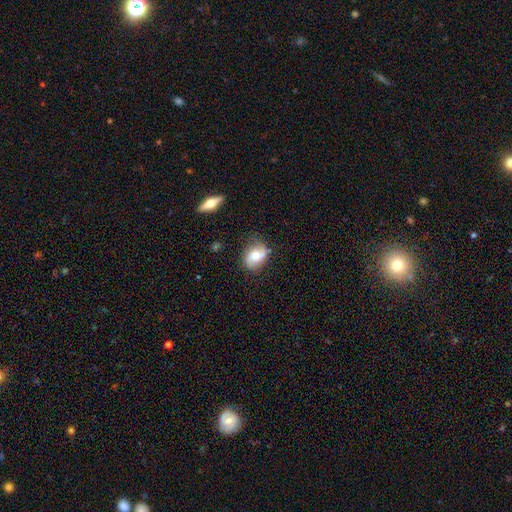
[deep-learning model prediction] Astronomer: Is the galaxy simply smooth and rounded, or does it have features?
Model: smooth — 49% (runner-up: featured or disk, 43%).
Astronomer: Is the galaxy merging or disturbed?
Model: none — 70%.